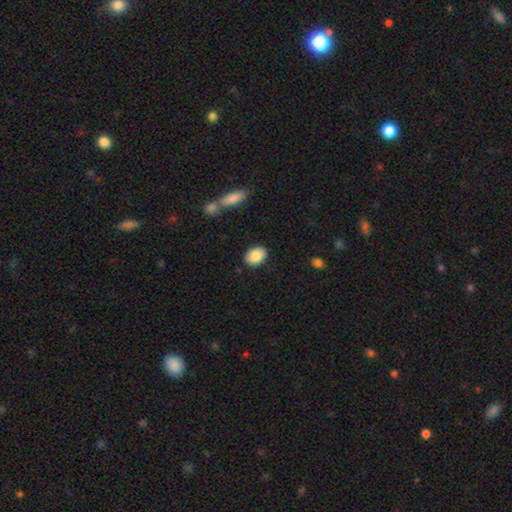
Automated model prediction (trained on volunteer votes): Overall: smooth (87%). How rounded: in between (80%). Merging: none (86%).